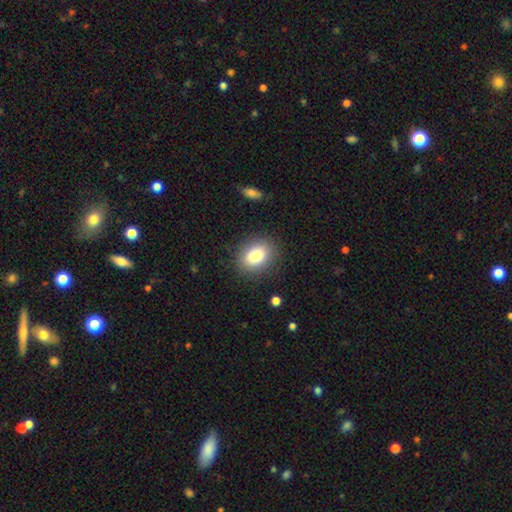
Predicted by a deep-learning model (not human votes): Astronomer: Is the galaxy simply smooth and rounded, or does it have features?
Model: smooth — 83%.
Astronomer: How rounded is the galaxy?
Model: in between — 72%.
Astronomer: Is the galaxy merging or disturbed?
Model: none — 86%.